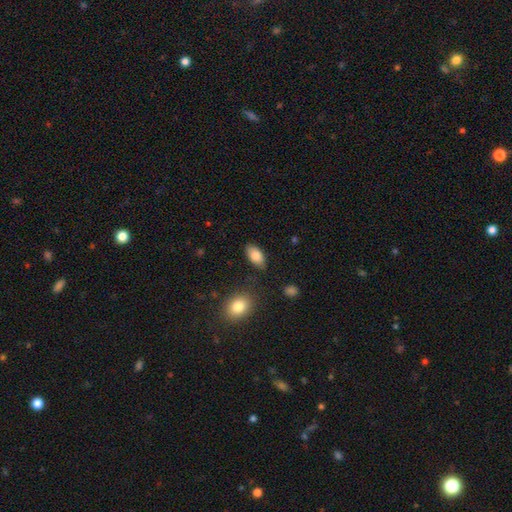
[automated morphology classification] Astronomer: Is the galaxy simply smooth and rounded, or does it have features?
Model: smooth — 85%.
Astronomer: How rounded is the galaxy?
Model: in between — 93%.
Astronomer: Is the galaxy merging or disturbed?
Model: none — 81%.